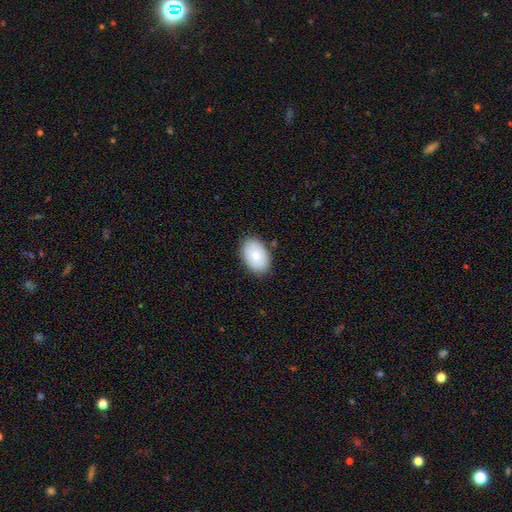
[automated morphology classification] A smooth galaxy with no disk features (82%) that is in between round and cigar-shaped (88%). Merging: none (85%).